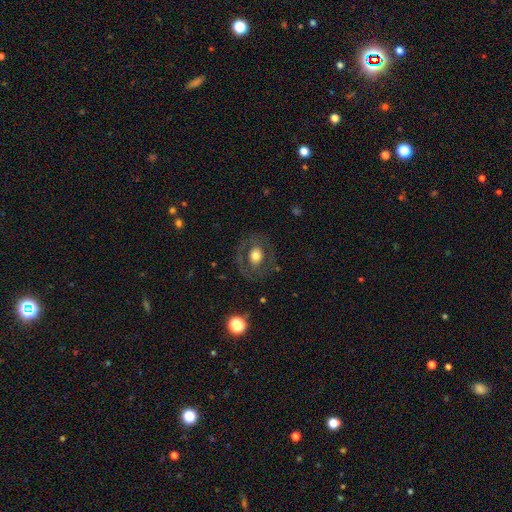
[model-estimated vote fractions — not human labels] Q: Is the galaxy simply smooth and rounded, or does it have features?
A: smooth — 55%.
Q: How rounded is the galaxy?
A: round — 67%.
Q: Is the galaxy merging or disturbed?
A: none — 78%.